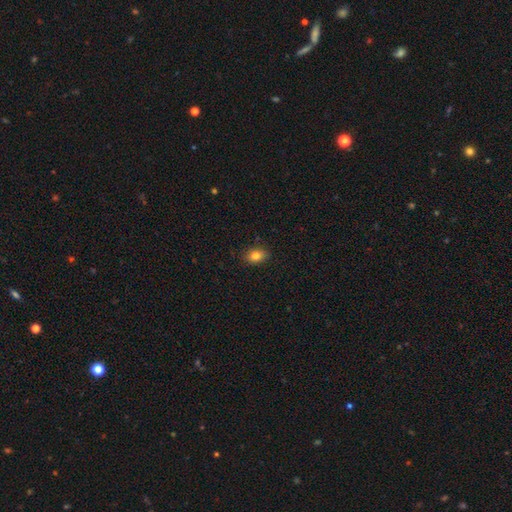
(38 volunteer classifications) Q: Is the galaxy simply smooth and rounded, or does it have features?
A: smooth — 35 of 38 (92%).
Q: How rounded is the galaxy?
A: in between — 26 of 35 (74%).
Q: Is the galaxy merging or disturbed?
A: none — 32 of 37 (86%).